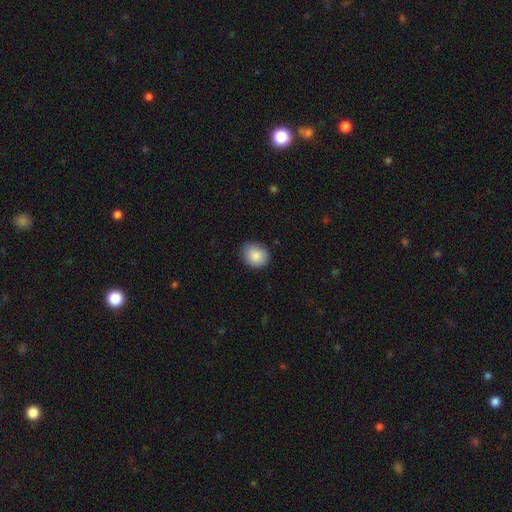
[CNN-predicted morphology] Smooth or featured: smooth — 88% (star or artifact — 7%)
How rounded: round — 63% (in between — 36%)
Merging: none — 81% (minor disturbance — 15%)